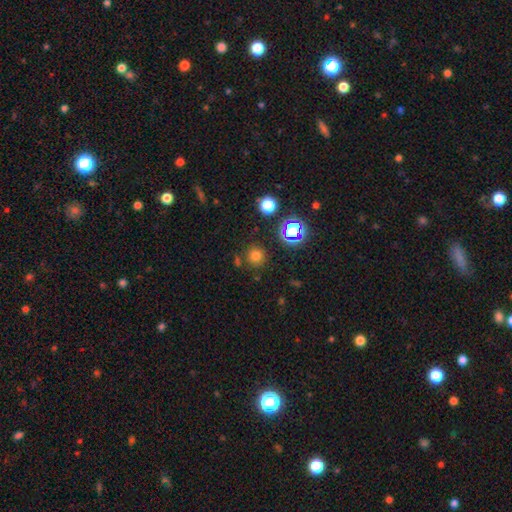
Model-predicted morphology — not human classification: smooth 69%, star or artifact 23%, featured or disk 7%. Down the decision tree: how rounded — round (94%); merging — none (83%).